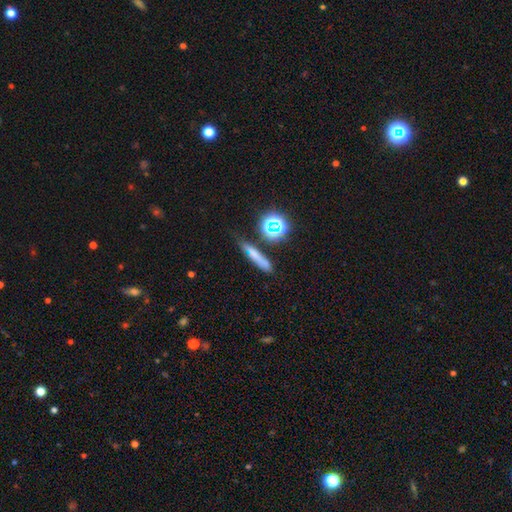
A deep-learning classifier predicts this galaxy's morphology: Smooth or featured? smooth (63%)
How rounded? cigar-shaped (78%)
Merging? none (72%)